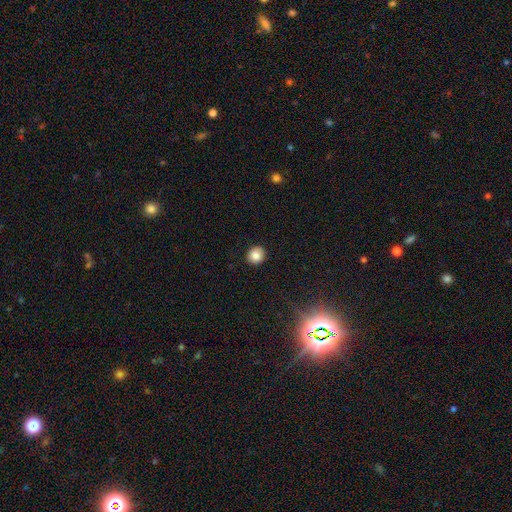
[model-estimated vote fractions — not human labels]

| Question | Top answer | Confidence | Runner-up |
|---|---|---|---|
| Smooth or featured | smooth | 84% | star or artifact (10%) |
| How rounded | round | 81% | in between (18%) |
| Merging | none | 91% | minor disturbance (6%) |